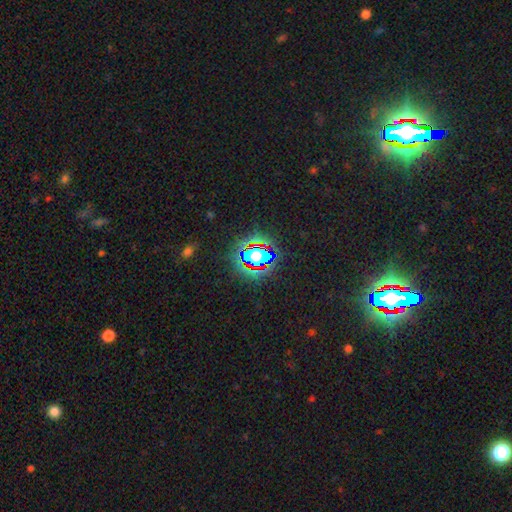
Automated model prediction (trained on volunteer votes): smooth-or-featured: star or artifact: 64% | smooth: 24% | featured or disk: 12%